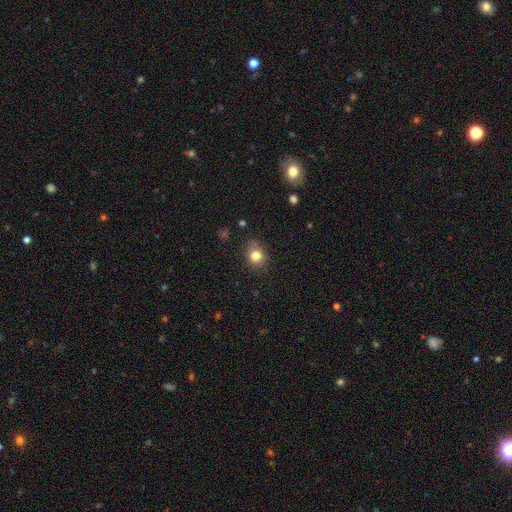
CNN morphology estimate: A smooth galaxy with no disk features (81%) that is round (65%). Merging: none (77%).